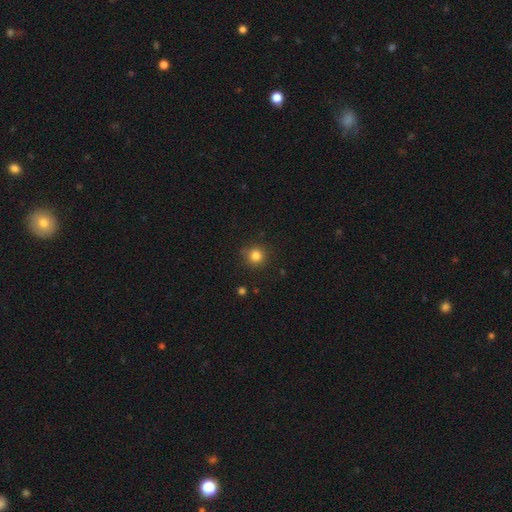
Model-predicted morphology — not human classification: smooth-or-featured: smooth: 83% | star or artifact: 12% | featured or disk: 5%
  how-rounded: round: 93% | in between: 6% | cigar-shaped: 1%
  merging: none: 86% | minor disturbance: 9% | major disturbance: 2% | merger: 2%